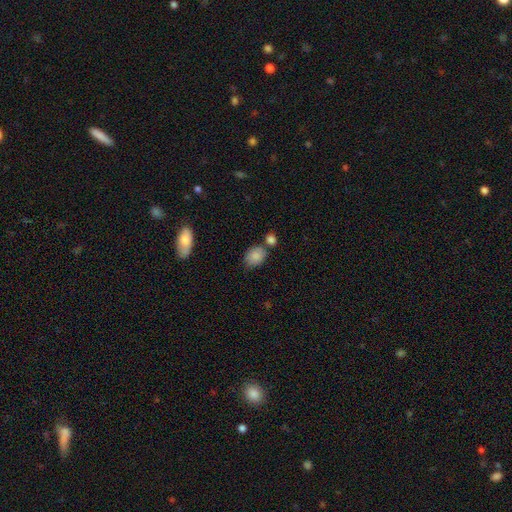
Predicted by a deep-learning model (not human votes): The model was most divided on "how rounded": in between: 68%, round: 30%, cigar-shaped: 1%. More confident: smooth or featured — smooth (86%); merging — none (61%).